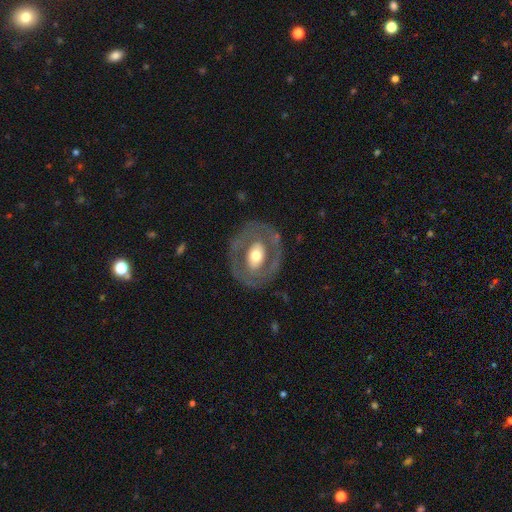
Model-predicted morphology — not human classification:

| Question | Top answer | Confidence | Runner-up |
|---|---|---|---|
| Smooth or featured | featured or disk | 62% | smooth (33%) |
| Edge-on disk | no | 94% | yes (6%) |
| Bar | no | 63% | weak (22%) |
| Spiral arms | no | 75% | yes (25%) |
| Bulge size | moderate | 59% | large (25%) |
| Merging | none | 77% | minor disturbance (13%) |